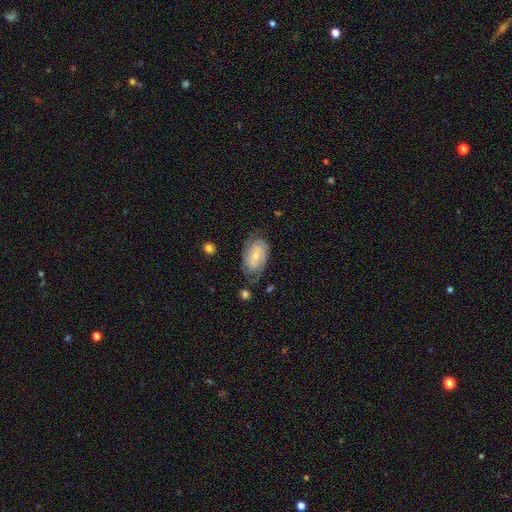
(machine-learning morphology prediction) A featured or disk galaxy (65%) with no bar (55%), 2 (48%) tight (58%) spiral arms (87%) and a small central bulge (53%). Merging: none (64%).